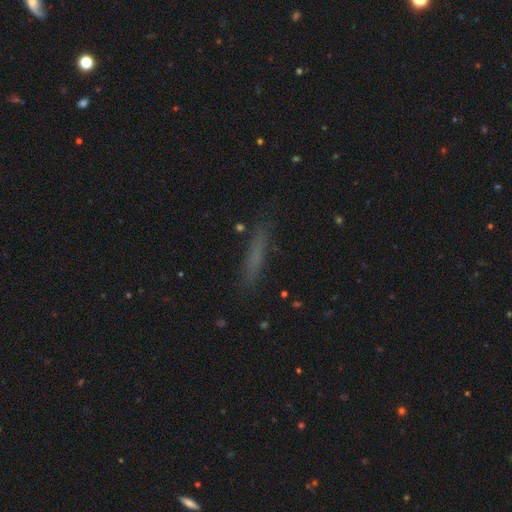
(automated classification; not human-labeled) A smooth galaxy with no disk features (61%) that is cigar-shaped (90%).

Vote fractions:
- Smooth or featured? smooth: 61% / featured or disk: 25% / star or artifact: 14%
- How rounded? cigar-shaped: 90% / in between: 8% / round: 2%
- Merging? none: 84% / minor disturbance: 11% / major disturbance: 3% / merger: 2%